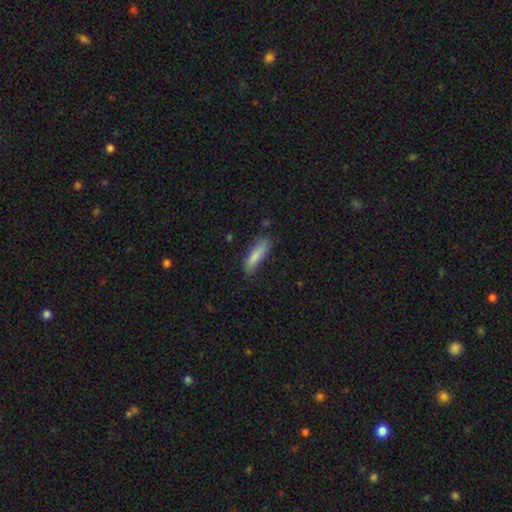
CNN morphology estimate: Smooth or featured: smooth — 82% (featured or disk — 12%)
How rounded: cigar-shaped — 68% (in between — 31%)
Merging: none — 76% (minor disturbance — 19%)